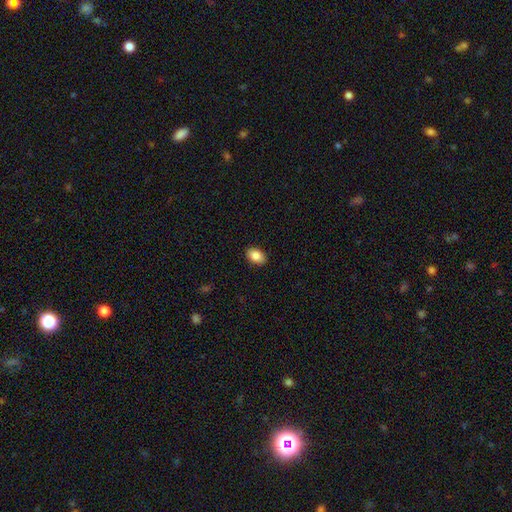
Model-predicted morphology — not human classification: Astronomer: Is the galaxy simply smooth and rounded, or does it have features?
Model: smooth — 86%.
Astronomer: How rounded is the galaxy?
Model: in between — 85%.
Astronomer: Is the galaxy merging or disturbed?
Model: none — 90%.